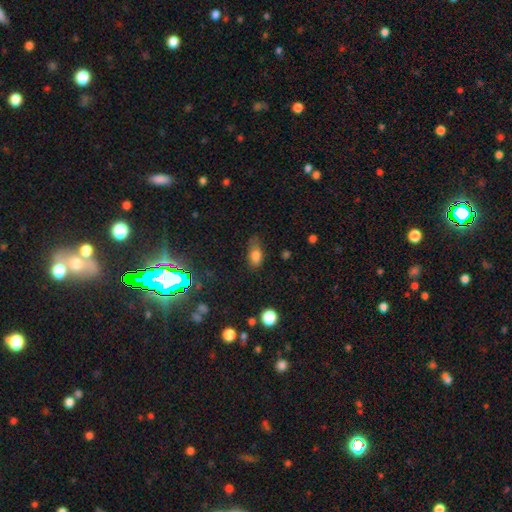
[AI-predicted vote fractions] This appears to be a smooth galaxy with no disk features (79%) that is in between round and cigar-shaped (82%). Merging: none (52%).